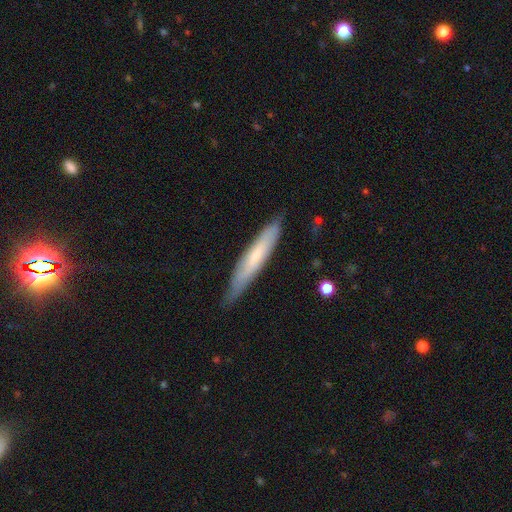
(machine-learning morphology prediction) The model was most divided on "smooth or featured": smooth: 58%, featured or disk: 36%, star or artifact: 6%. More confident: how rounded — cigar-shaped (90%); merging — none (79%).